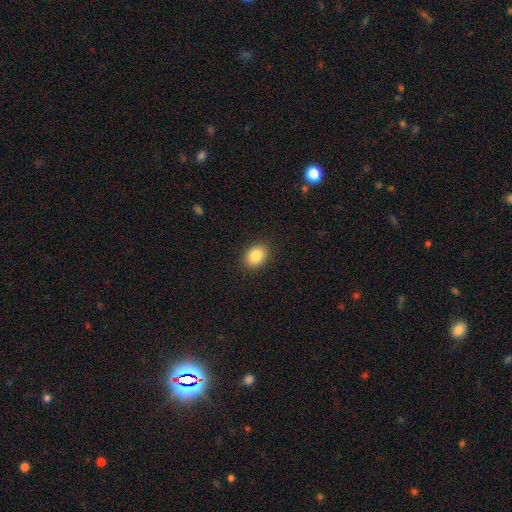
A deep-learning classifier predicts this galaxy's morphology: Smooth or featured?
  - smooth: 86% *
  - star or artifact: 8%
  - featured or disk: 6%
How rounded?
  - in between: 66% *
  - round: 33%
  - cigar-shaped: 1%
Merging?
  - none: 90% *
  - minor disturbance: 7%
  - major disturbance: 2%
  - merger: 1%